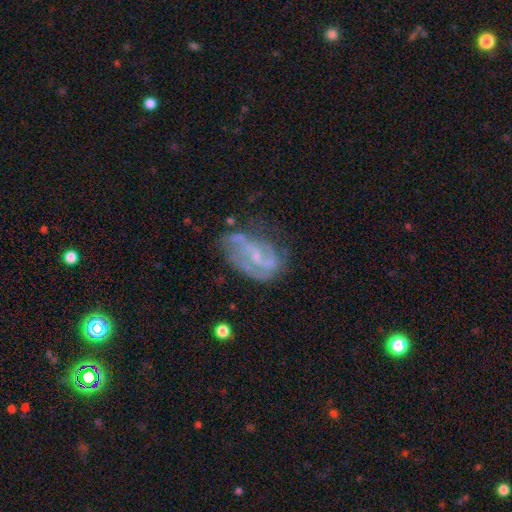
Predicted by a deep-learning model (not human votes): The model was most divided on "bar": weak: 44%, no: 43%, strong: 12%. Remaining: edge-on disk — no (96%); spiral arms — yes (77%); smooth or featured — featured or disk (73%); bulge size — small (57%); spiral arm count — 2 (49%); merging — none (44%); spiral winding — medium (42%).